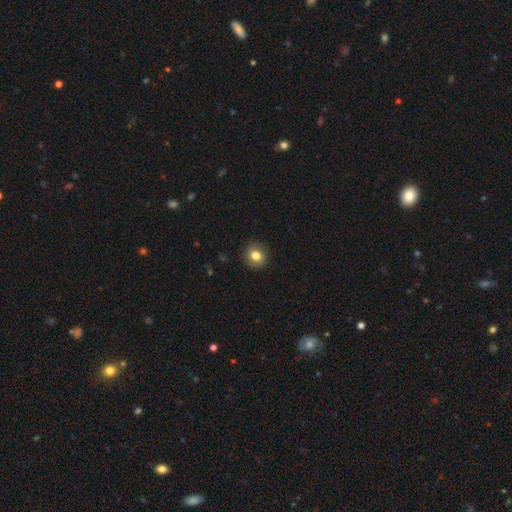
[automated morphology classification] This appears to be a smooth galaxy with no disk features (82%) that is round (79%). Merging: none (88%).